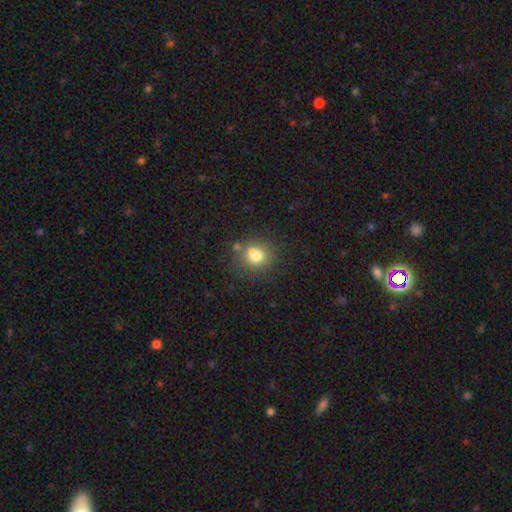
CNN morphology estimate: smooth-or-featured: smooth: 75% | star or artifact: 13% | featured or disk: 12%
  how-rounded: round: 76% | in between: 23% | cigar-shaped: 1%
  merging: none: 64% | merger: 16% | minor disturbance: 15% | major disturbance: 5%